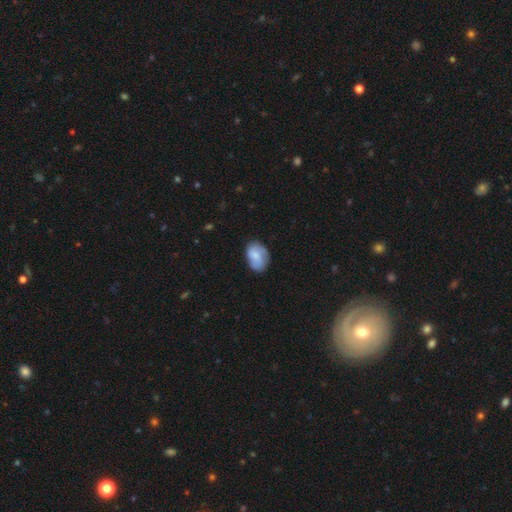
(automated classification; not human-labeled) This is likely a smooth galaxy (61%). How rounded: clearly in between (81%). Merging: likely none (66%).